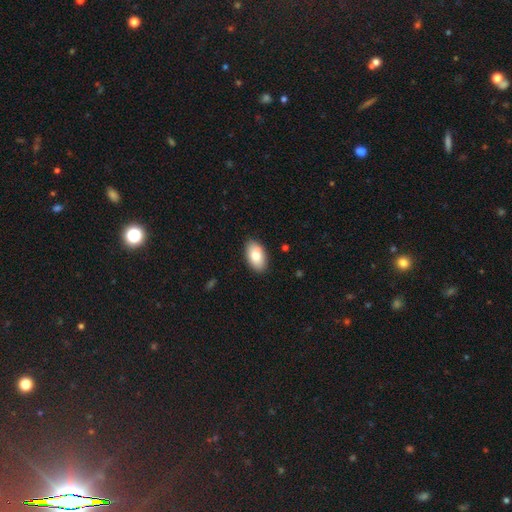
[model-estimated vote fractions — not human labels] Q: Smooth or featured?
A: smooth (79%); runner-up: featured or disk (15%)
Q: How rounded?
A: in between (94%); runner-up: round (4%)
Q: Merging?
A: none (85%); runner-up: minor disturbance (11%)